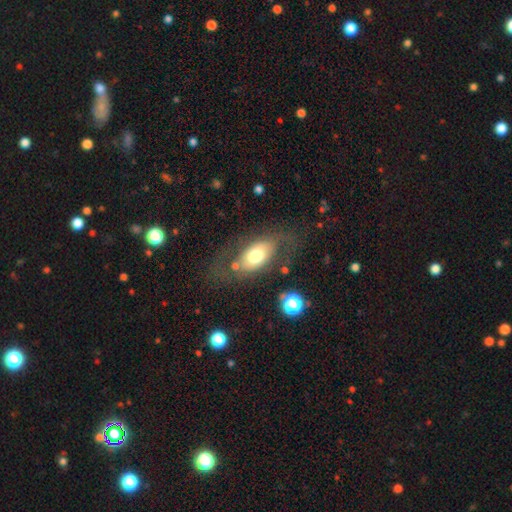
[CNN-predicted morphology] This appears to be a smooth galaxy with no disk features (53%) that is in between round and cigar-shaped (88%). Merging: none (63%).